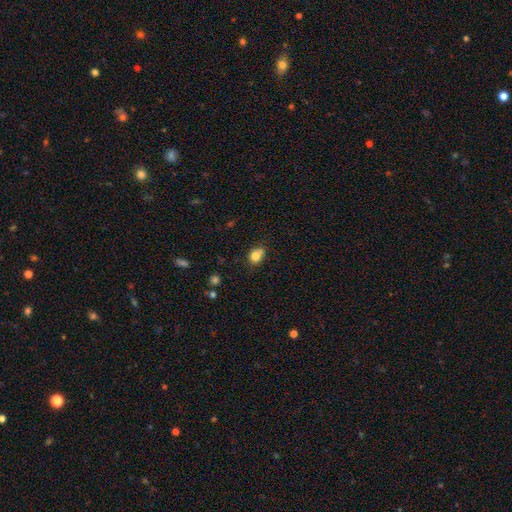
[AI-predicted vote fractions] Q: Smooth or featured?
A: smooth (80%); runner-up: star or artifact (11%)
Q: How rounded?
A: round (60%); runner-up: in between (39%)
Q: Merging?
A: none (50%); runner-up: merger (24%)